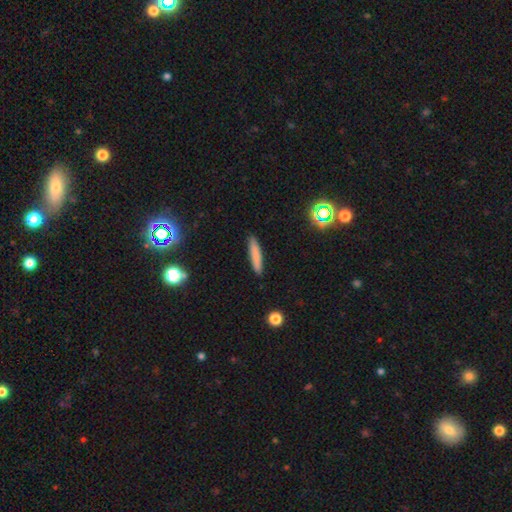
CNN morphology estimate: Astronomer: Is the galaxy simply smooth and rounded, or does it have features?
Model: smooth — 79%.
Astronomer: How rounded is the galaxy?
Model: cigar-shaped — 88%.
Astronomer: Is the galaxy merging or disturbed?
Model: none — 90%.